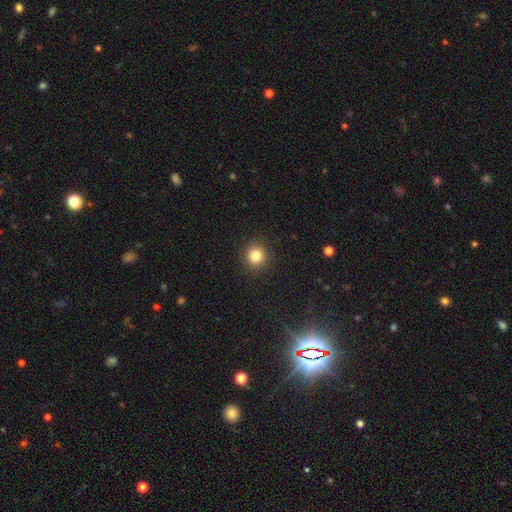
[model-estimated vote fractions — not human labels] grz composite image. It shows a smooth galaxy with no disk features (83%) that is round (93%). Merging: none (92%).